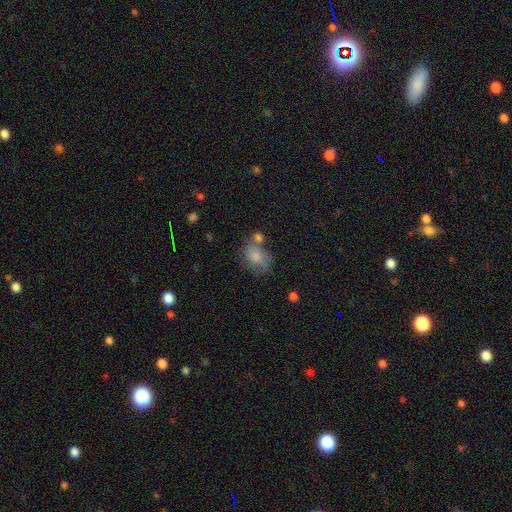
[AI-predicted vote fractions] smooth 78%, featured or disk 13%, star or artifact 9%. Down the decision tree: how rounded — in between (67%); merging — none (38%).